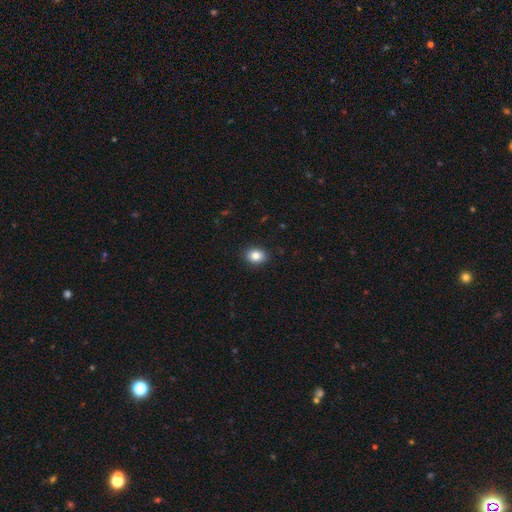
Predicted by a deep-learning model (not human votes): smooth 84%, star or artifact 9%, featured or disk 7%. Down the decision tree: how rounded — in between (57%); merging — none (90%).